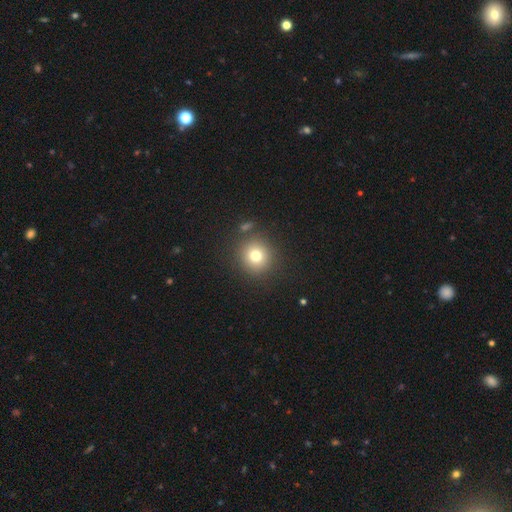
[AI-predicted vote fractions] A smooth galaxy with no disk features (77%) that is round (92%).

Vote fractions:
- Smooth or featured? smooth: 77% / star or artifact: 14% / featured or disk: 10%
- How rounded? round: 92% / in between: 7% / cigar-shaped: 1%
- Merging? none: 84% / minor disturbance: 8% / merger: 5% / major disturbance: 3%